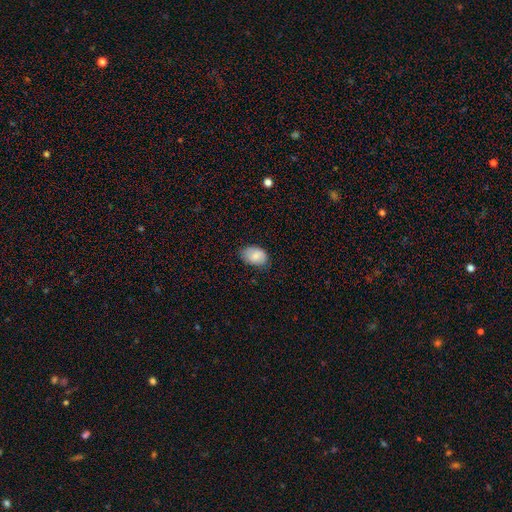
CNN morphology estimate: Smooth or featured?
  - smooth: 83% *
  - featured or disk: 11%
  - star or artifact: 7%
How rounded?
  - in between: 86% *
  - round: 13%
  - cigar-shaped: 1%
Merging?
  - none: 75% *
  - minor disturbance: 20%
  - major disturbance: 4%
  - merger: 1%